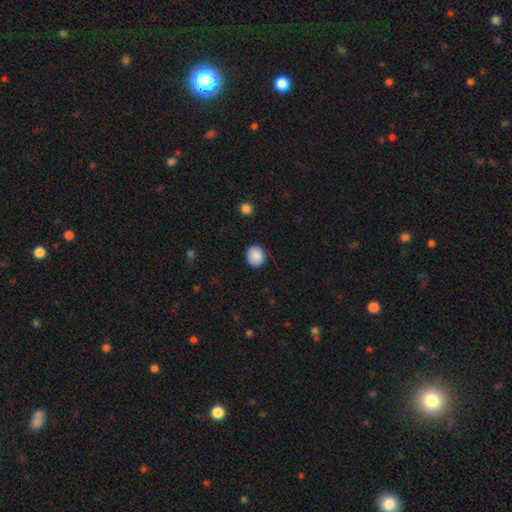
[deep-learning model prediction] A smooth galaxy with no disk features (88%) that is round (76%). Merging: none (86%).